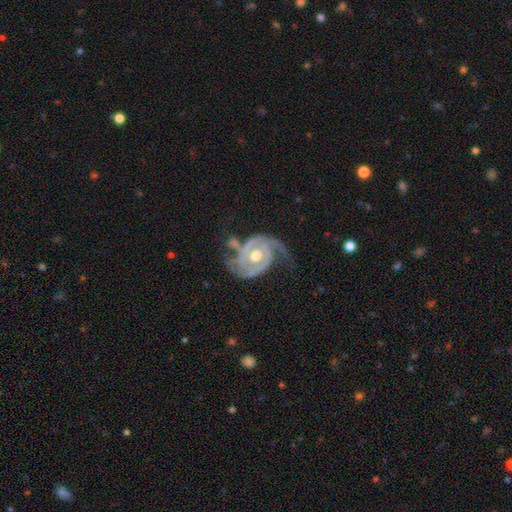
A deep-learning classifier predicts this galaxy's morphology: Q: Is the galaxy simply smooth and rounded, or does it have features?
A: featured or disk — 90%.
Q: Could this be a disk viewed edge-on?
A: no — 97%.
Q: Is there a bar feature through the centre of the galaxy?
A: no — 61%.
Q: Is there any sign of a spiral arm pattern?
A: yes — 95%.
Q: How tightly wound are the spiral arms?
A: tight — 43%.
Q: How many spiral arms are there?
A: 2 — 66%.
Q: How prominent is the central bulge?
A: moderate — 78%.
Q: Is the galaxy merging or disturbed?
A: none — 40%.